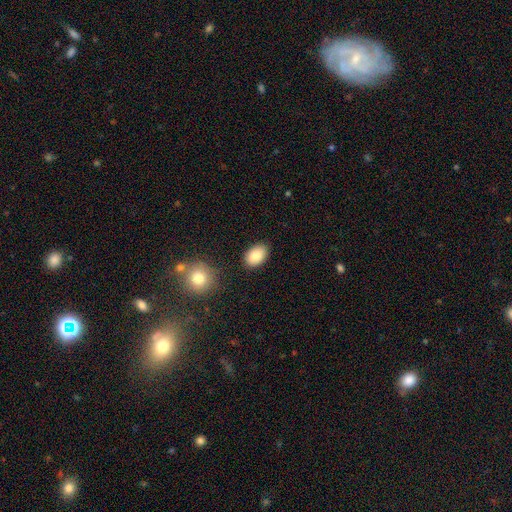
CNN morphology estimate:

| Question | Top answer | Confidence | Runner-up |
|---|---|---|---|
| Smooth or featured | smooth | 85% | star or artifact (7%) |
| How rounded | in between | 87% | round (12%) |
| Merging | none | 85% | minor disturbance (10%) |